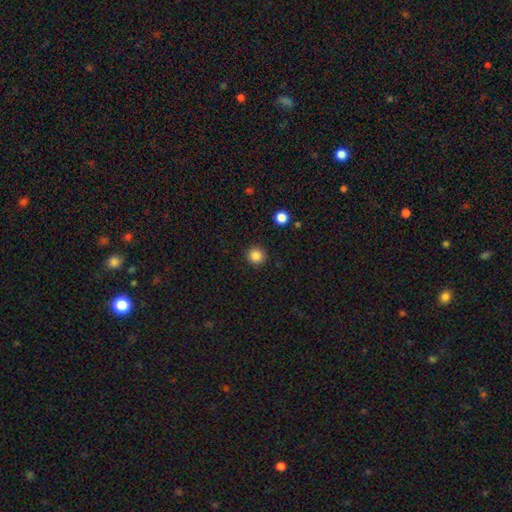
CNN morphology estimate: Q: Smooth or featured?
A: smooth (86%); runner-up: star or artifact (11%)
Q: How rounded?
A: round (95%); runner-up: in between (4%)
Q: Merging?
A: none (92%); runner-up: minor disturbance (5%)